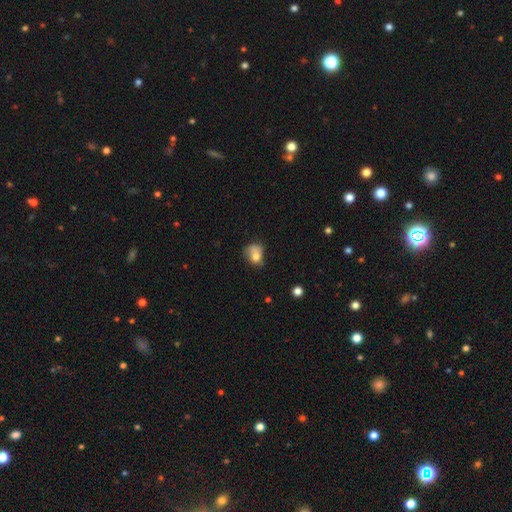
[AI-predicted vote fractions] smooth 70%, featured or disk 19%, star or artifact 11%. Down the decision tree: how rounded — in between (50%); merging — none (34%).